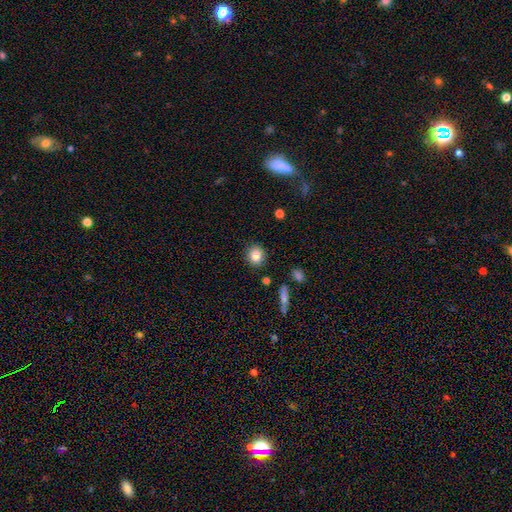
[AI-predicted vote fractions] Overall: smooth (84%). How rounded: round (84%). Merging: none (87%).